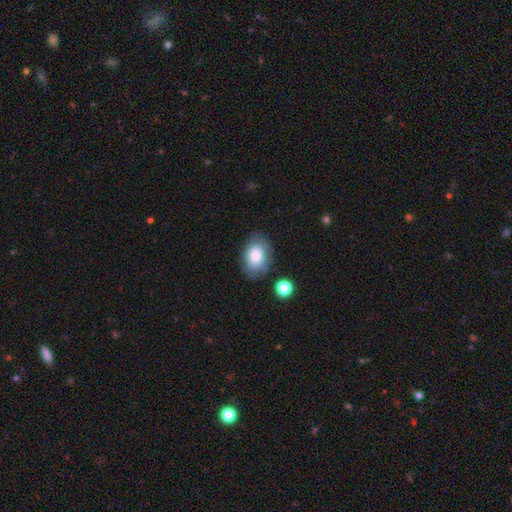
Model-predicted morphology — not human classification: smooth 75%, featured or disk 17%, star or artifact 8%. Down the decision tree: how rounded — in between (80%); merging — none (73%).